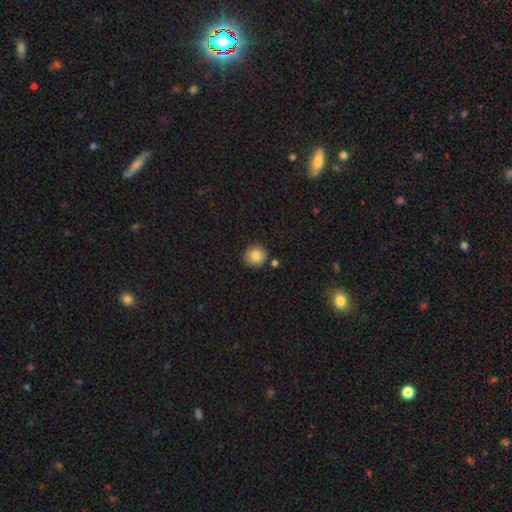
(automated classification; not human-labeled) Overall: smooth (85%). How rounded: round (86%). Merging: none (83%).